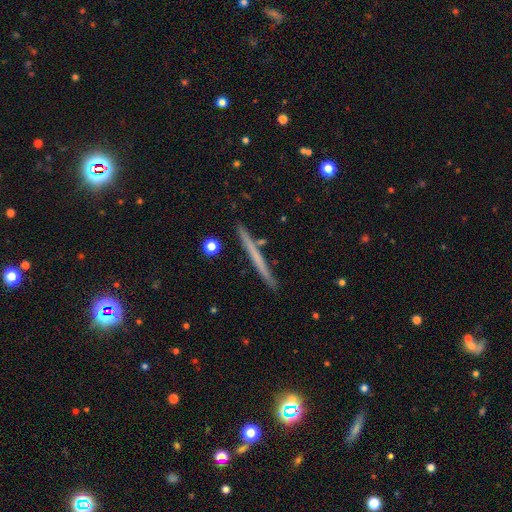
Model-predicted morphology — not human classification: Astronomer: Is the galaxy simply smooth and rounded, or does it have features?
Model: smooth — 48% (runner-up: featured or disk, 46%).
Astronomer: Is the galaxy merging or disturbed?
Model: none — 90%.